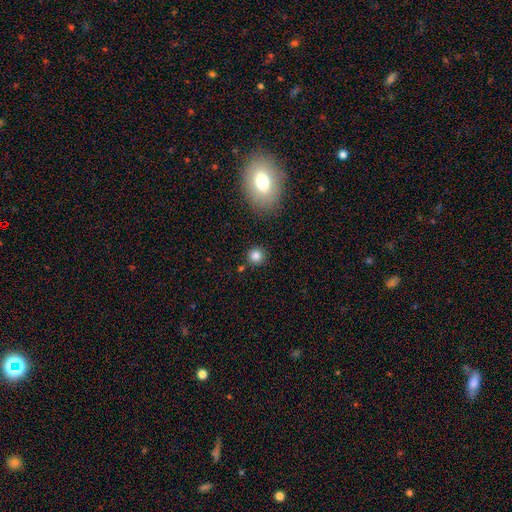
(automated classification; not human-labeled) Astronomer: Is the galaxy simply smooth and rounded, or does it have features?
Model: smooth — 83%.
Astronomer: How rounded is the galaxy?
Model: round — 93%.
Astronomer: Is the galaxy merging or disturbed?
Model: none — 86%.